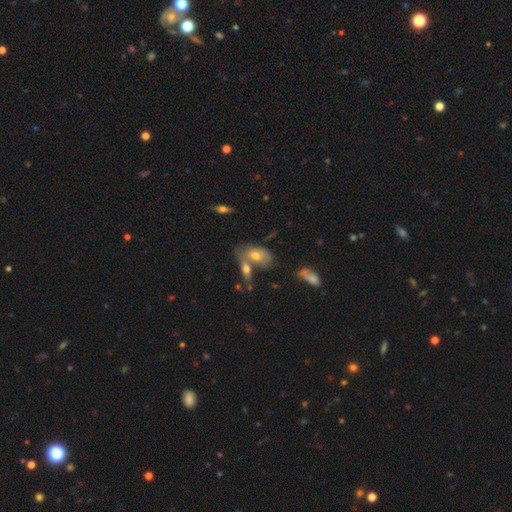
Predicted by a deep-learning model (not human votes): smooth 60%, featured or disk 29%, star or artifact 11%. Down the decision tree: how rounded — in between (86%); merging — none (40%).